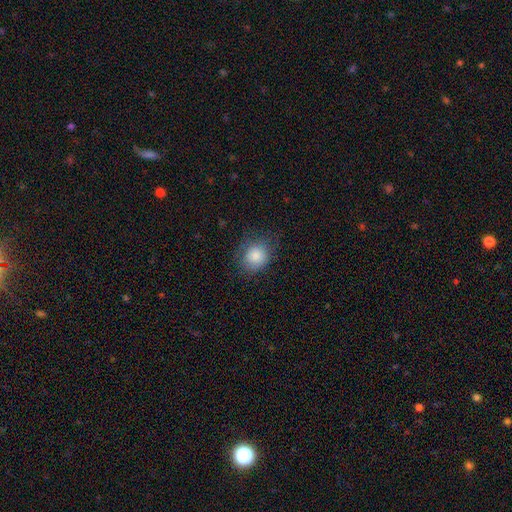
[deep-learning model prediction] The model was most divided on "how rounded": round: 67%, in between: 32%, cigar-shaped: 1%. More confident: smooth or featured — smooth (85%); merging — none (72%).